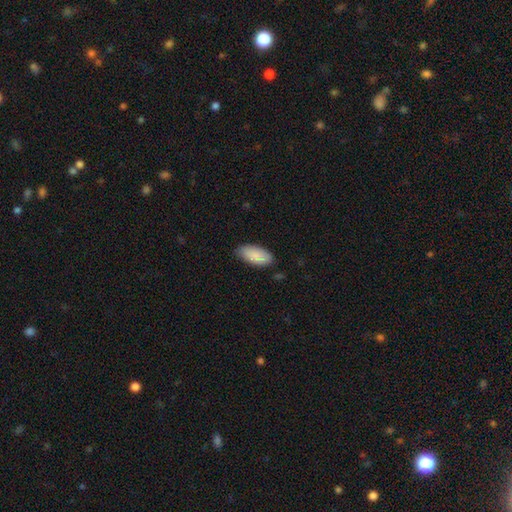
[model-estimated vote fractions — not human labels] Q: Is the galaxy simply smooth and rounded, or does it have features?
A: smooth — 87%.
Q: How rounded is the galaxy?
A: in between — 91%.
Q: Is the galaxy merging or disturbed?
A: none — 79%.